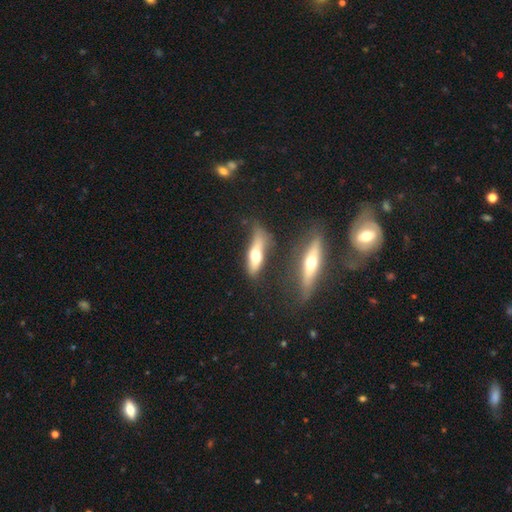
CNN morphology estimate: This is possibly a smooth galaxy (50%). How rounded: possibly cigar-shaped (54%). Merging: possibly none (53%).